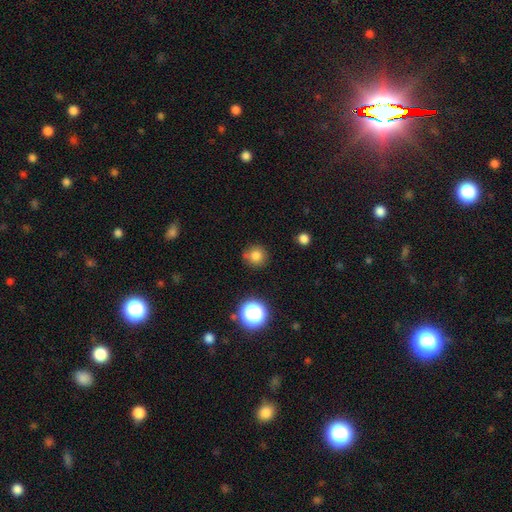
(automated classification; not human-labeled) smooth_or_featured: smooth (p=0.80) [alt: star or artifact p=0.14]
how_rounded: round (p=0.92) [alt: in between p=0.07]
merging: none (p=0.80) [alt: minor disturbance p=0.13]